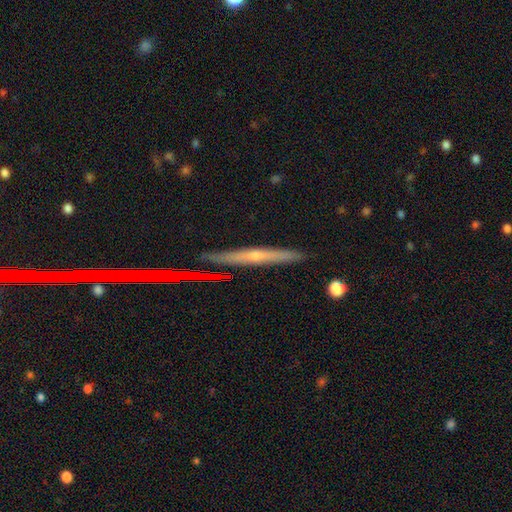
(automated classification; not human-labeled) smooth-or-featured: featured or disk: 59% | smooth: 31% | star or artifact: 10%
  disk-edge-on: yes: 95% | no: 5%
    edge-on-bulge: rounded: 60% | none: 36% | boxy: 4%
  merging: none: 88% | minor disturbance: 9% | merger: 2% | major disturbance: 2%